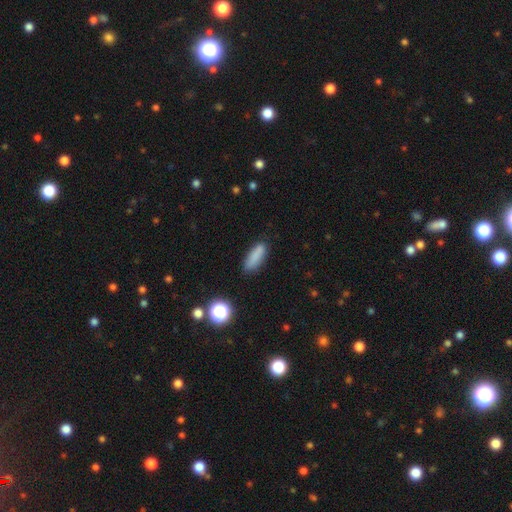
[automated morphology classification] Smooth or featured?
  - smooth: 84% *
  - star or artifact: 9%
  - featured or disk: 7%
How rounded?
  - in between: 53% *
  - cigar-shaped: 45%
  - round: 3%
Merging?
  - none: 78% *
  - minor disturbance: 16%
  - major disturbance: 4%
  - merger: 2%